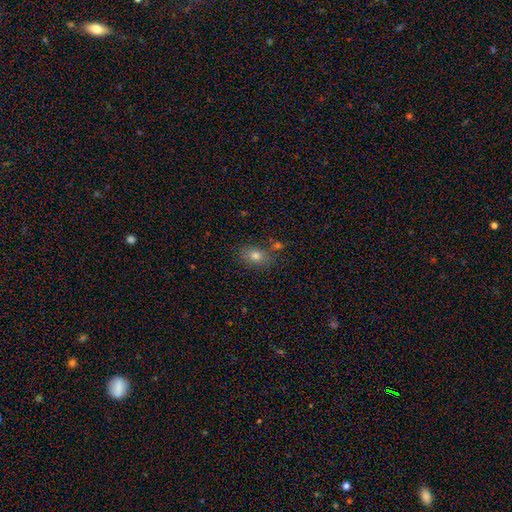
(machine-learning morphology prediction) Q: Smooth or featured?
A: smooth (75%); runner-up: star or artifact (14%)
Q: How rounded?
A: in between (66%); runner-up: round (32%)
Q: Merging?
A: none (73%); runner-up: minor disturbance (14%)